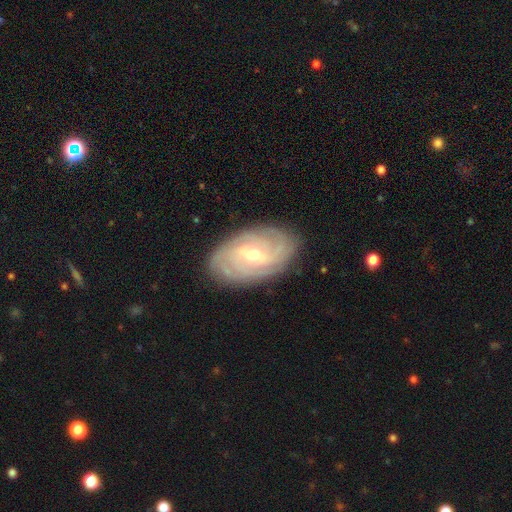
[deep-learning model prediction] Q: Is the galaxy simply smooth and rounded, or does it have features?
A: featured or disk — 82%.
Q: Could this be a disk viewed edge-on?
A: no — 95%.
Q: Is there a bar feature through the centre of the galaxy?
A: weak — 53%.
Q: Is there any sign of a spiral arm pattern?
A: yes — 95%.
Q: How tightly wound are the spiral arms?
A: tight — 67%.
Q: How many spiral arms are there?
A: can't tell — 32%.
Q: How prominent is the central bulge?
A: moderate — 54%.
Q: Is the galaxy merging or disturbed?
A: none — 84%.